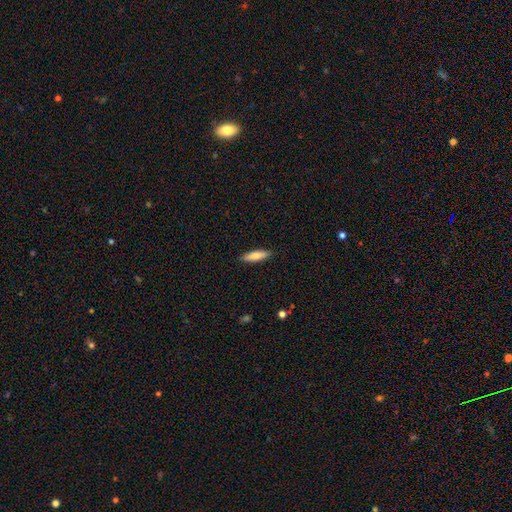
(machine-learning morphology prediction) Overall: smooth (78%). How rounded: cigar-shaped (67%; in between 32%). Merging: none (90%).